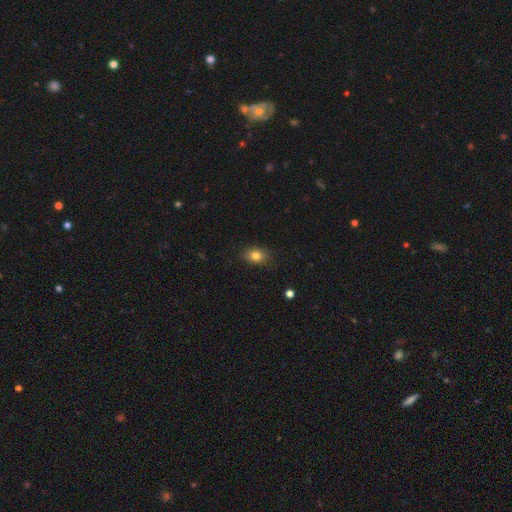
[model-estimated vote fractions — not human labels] A smooth galaxy with no disk features (81%) that is in between round and cigar-shaped (75%). Merging: none (84%).